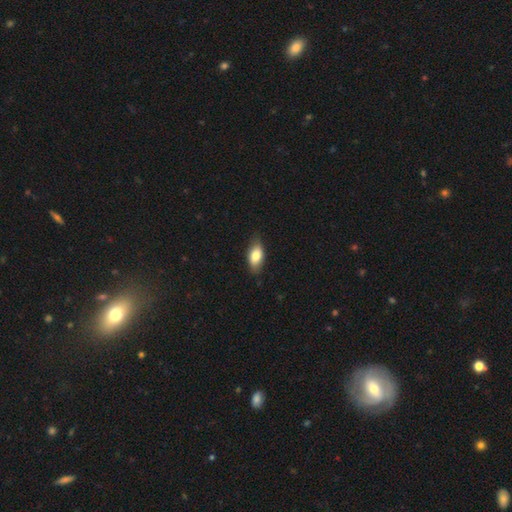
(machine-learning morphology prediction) This is clearly a smooth galaxy (80%). How rounded: clearly in between (89%). Merging: clearly none (80%).